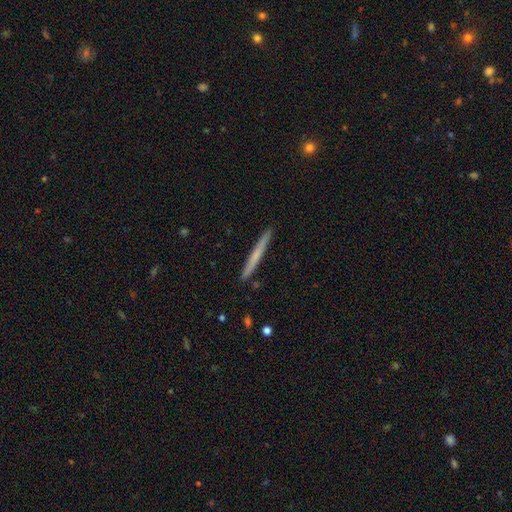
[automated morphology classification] smooth-or-featured: smooth: 53% | featured or disk: 41% | star or artifact: 5%
  how-rounded: cigar-shaped: 97% | in between: 2% | round: 1%
  merging: none: 91% | minor disturbance: 6% | merger: 1% | major disturbance: 1%